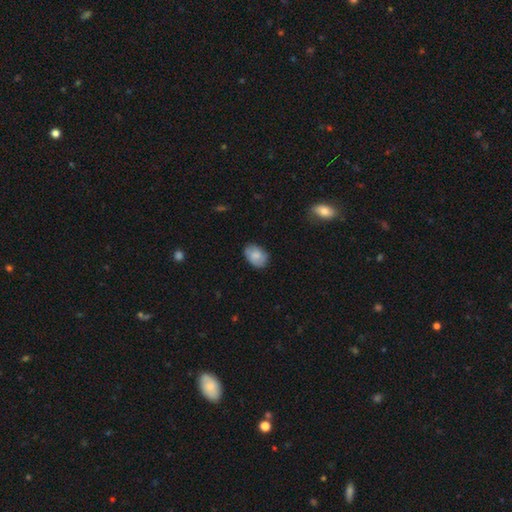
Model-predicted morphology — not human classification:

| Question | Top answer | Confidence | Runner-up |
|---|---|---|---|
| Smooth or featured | smooth | 79% | featured or disk (14%) |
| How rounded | in between | 82% | round (17%) |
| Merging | none | 76% | minor disturbance (20%) |